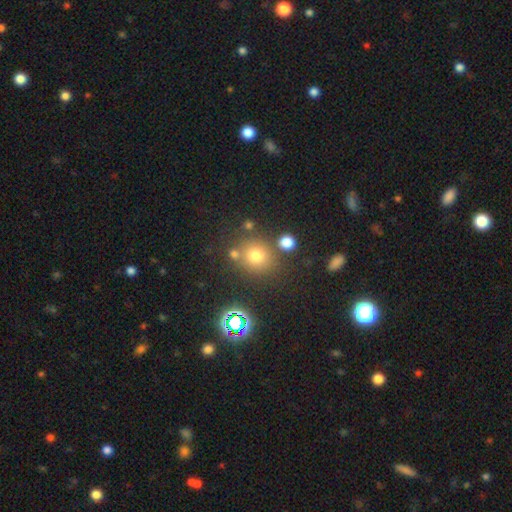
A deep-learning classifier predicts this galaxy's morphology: smooth-or-featured: smooth: 69% | star or artifact: 21% | featured or disk: 9%
  how-rounded: round: 86% | in between: 13% | cigar-shaped: 1%
  merging: none: 75% | merger: 10% | minor disturbance: 10% | major disturbance: 4%